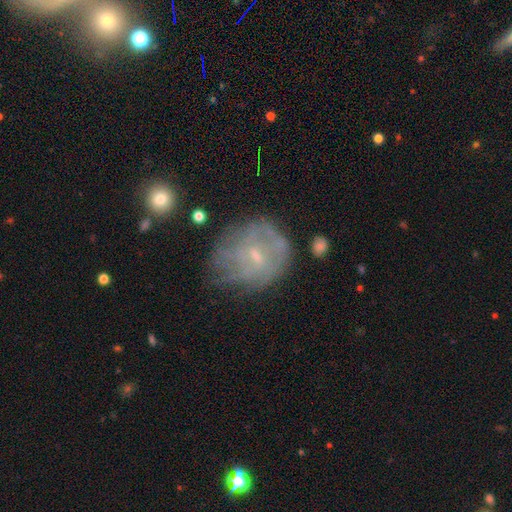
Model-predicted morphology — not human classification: smooth-or-featured: featured or disk: 57% | smooth: 33% | star or artifact: 10%
  disk-edge-on: no: 97% | yes: 3%
    bar: no: 53% | weak: 40% | strong: 7%
    has-spiral-arms: yes: 54% | no: 46%
    bulge-size: small: 65% | moderate: 25% | none: 8% | large: 1% | dominant: 1%
  merging: none: 52% | minor disturbance: 27% | major disturbance: 18% | merger: 3%